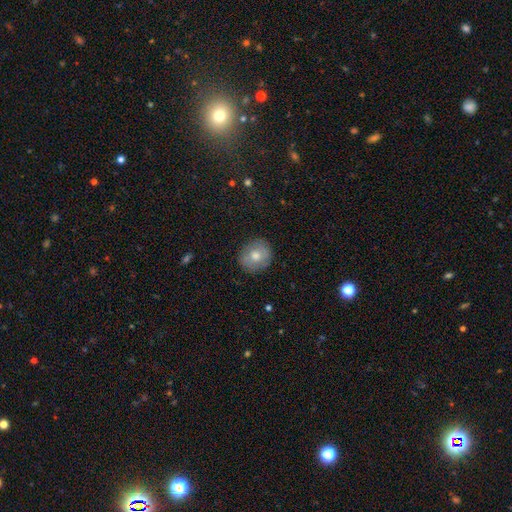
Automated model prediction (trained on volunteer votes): Overall: smooth (74%). How rounded: round (82%). Merging: none (87%).